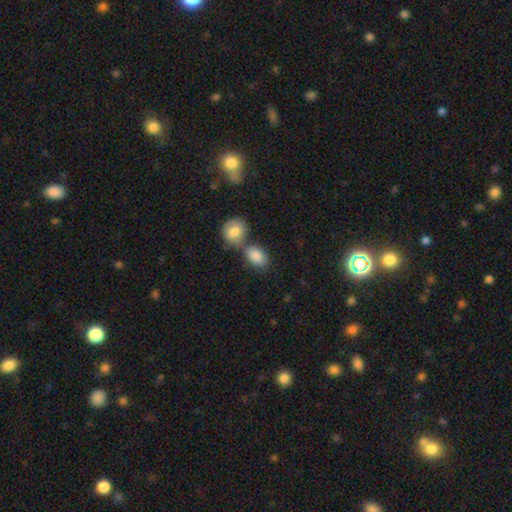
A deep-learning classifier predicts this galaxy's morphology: Q: Smooth or featured?
A: smooth (85%); runner-up: featured or disk (8%)
Q: How rounded?
A: in between (76%); runner-up: round (22%)
Q: Merging?
A: merger (47%); runner-up: none (38%)